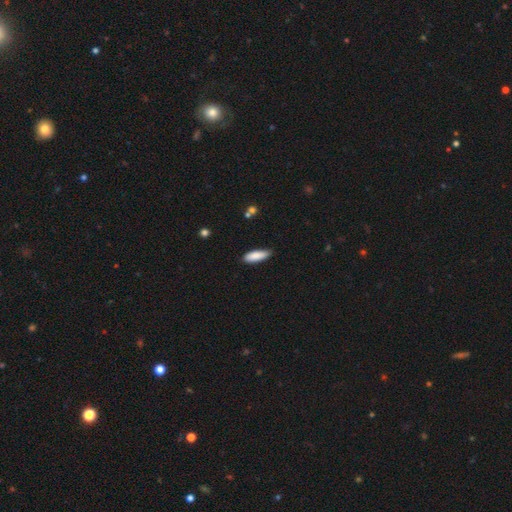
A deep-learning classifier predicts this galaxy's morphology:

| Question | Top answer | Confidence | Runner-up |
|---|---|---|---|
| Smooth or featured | smooth | 86% | featured or disk (8%) |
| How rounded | in between | 56% | cigar-shaped (43%) |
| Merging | none | 73% | minor disturbance (22%) |